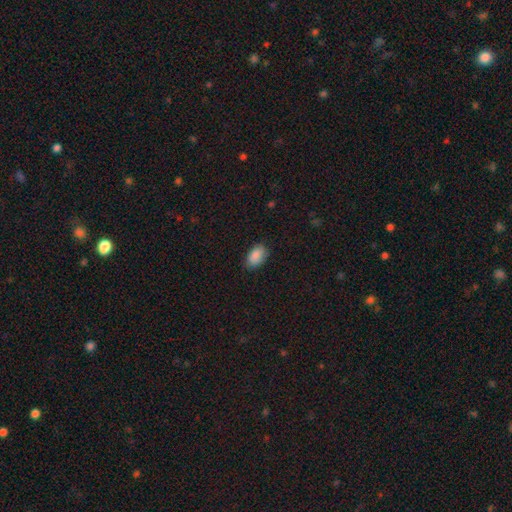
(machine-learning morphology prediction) Q: Smooth or featured?
A: smooth (89%); runner-up: star or artifact (7%)
Q: How rounded?
A: in between (93%); runner-up: round (6%)
Q: Merging?
A: none (82%); runner-up: minor disturbance (14%)